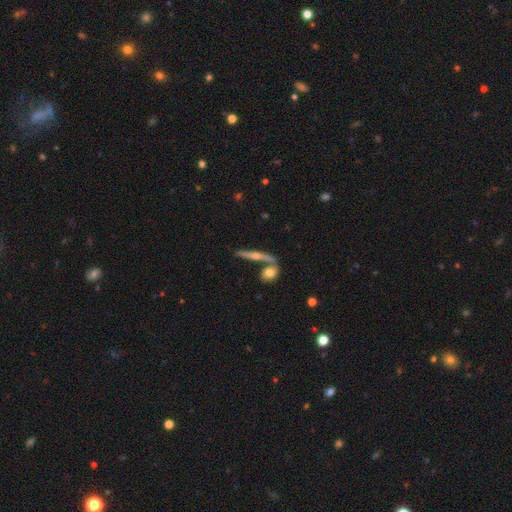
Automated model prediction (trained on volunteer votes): Smooth or featured: featured or disk — 68% (smooth — 24%)
Edge-on disk: yes — 94% (no — 6%)
Edge-on bulge: rounded — 89% (none — 7%)
Merging: none — 67% (merger — 20%)